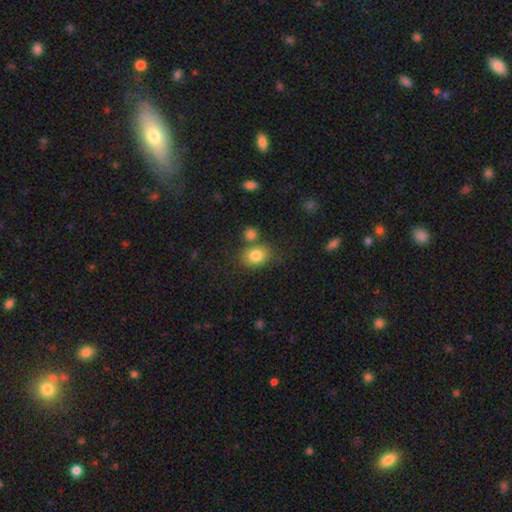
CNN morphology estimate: smooth 81%, star or artifact 9%, featured or disk 9%. Down the decision tree: how rounded — in between (62%); merging — none (66%).